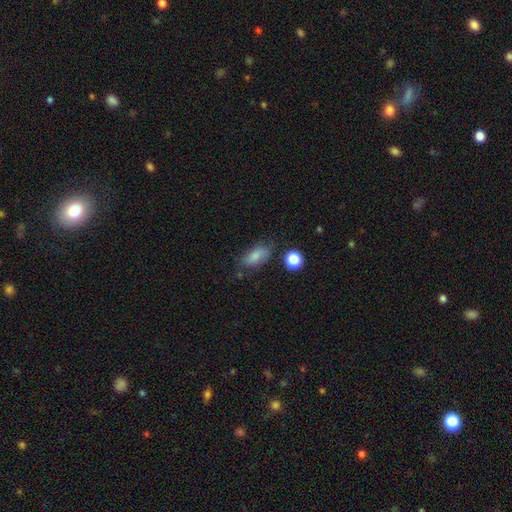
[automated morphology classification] The model was most divided on "merging": none: 64%, minor disturbance: 23%, major disturbance: 8%, merger: 5%. More confident: how rounded — in between (85%); smooth or featured — smooth (78%).